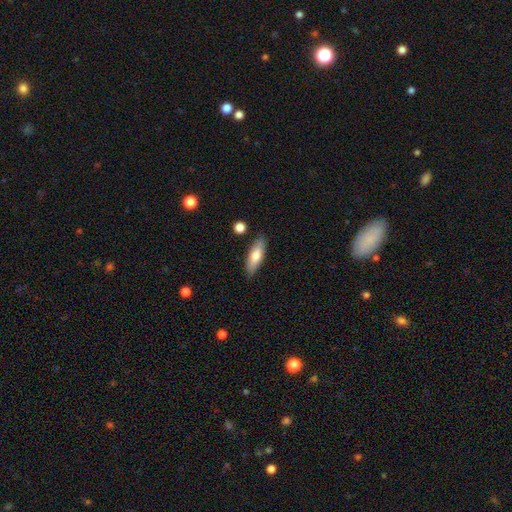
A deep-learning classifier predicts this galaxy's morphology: Overall: smooth (71%). How rounded: in between (54%; cigar-shaped 44%). Merging: none (85%).